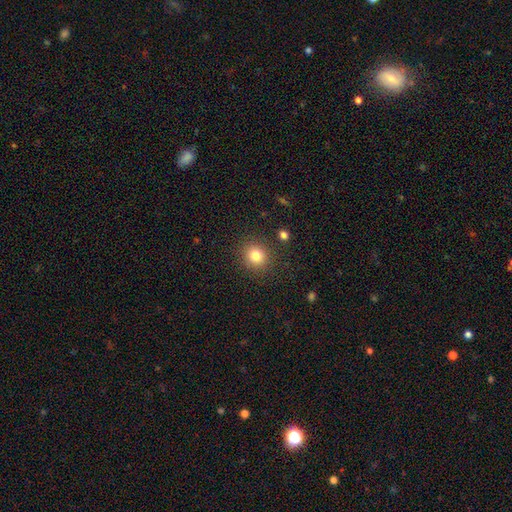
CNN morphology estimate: type=smooth (81%); roundness=round (85%); merging=none (88%).